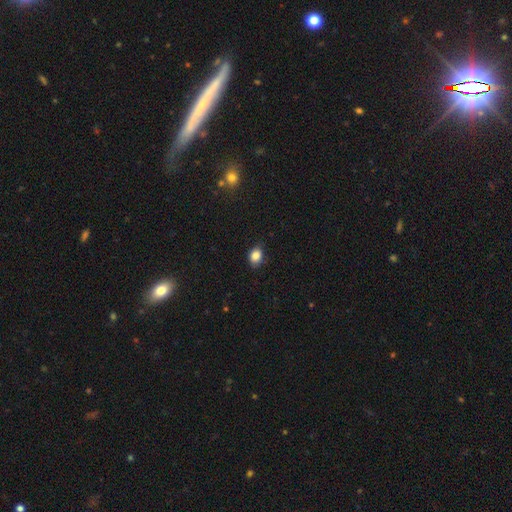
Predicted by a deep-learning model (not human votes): Q: Smooth or featured?
A: smooth (86%); runner-up: star or artifact (9%)
Q: How rounded?
A: in between (66%); runner-up: round (33%)
Q: Merging?
A: none (77%); runner-up: minor disturbance (19%)